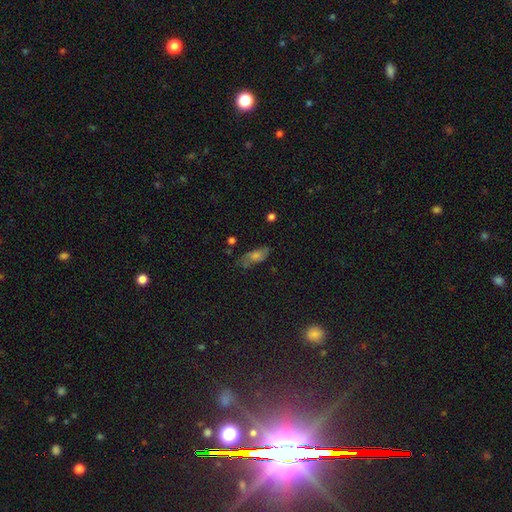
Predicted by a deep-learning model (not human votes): smooth_or_featured: smooth (p=0.48) [alt: featured or disk p=0.32]
merging: none (p=0.67) [alt: minor disturbance p=0.22]